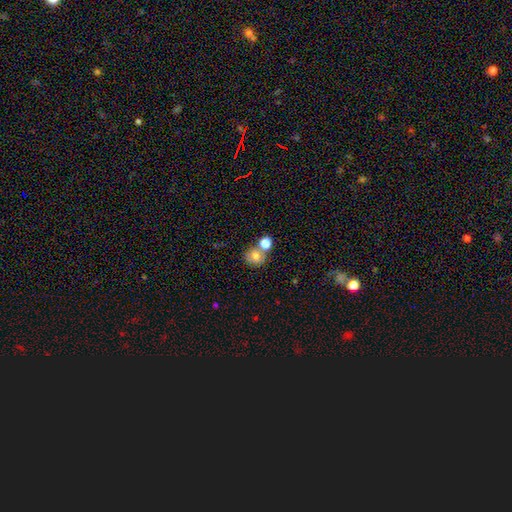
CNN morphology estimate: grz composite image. It shows a smooth galaxy with no disk features (73%) that is round (76%). Merging: none (50%).